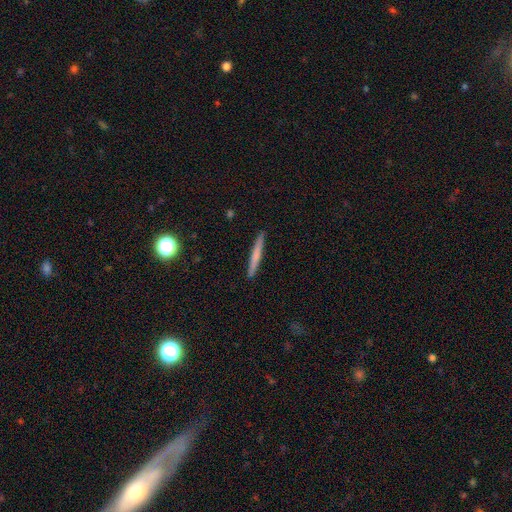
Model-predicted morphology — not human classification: Q: Smooth or featured?
A: smooth (62%); runner-up: featured or disk (31%)
Q: How rounded?
A: cigar-shaped (96%); runner-up: in between (2%)
Q: Merging?
A: none (91%); runner-up: minor disturbance (6%)